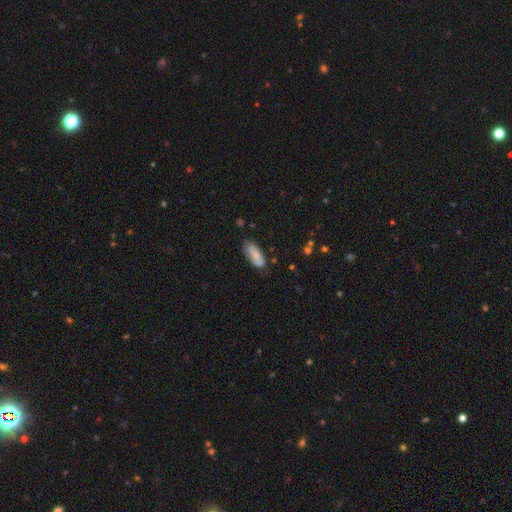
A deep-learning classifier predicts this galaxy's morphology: This is clearly a smooth galaxy (83%). How rounded: likely in between (80%). Merging: likely none (70%).